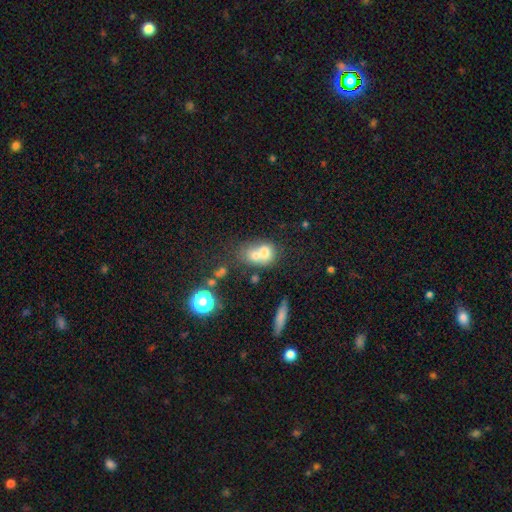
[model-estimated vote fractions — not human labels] Q: Smooth or featured?
A: smooth (65%); runner-up: featured or disk (22%)
Q: How rounded?
A: round (51%); runner-up: in between (48%)
Q: Merging?
A: merger (68%); runner-up: none (21%)